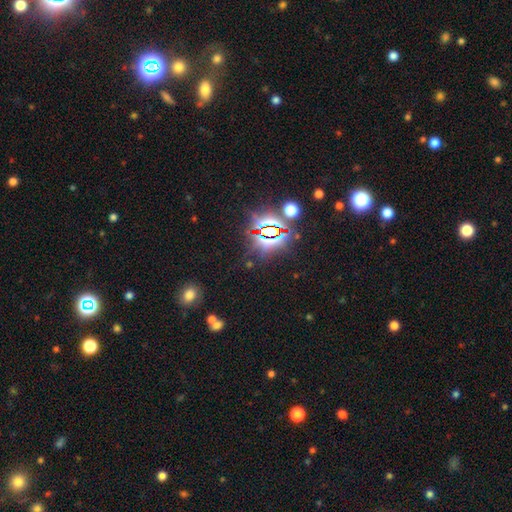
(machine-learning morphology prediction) This appears to be a star or artifact, not a galaxy (79%).